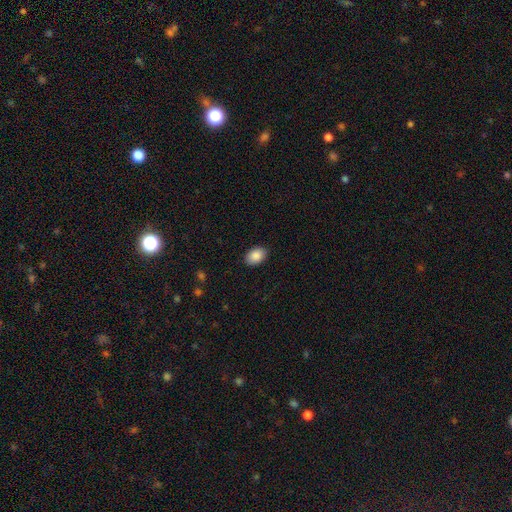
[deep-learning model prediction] smooth 89%, star or artifact 7%, featured or disk 4%. Down the decision tree: how rounded — in between (85%); merging — none (89%).